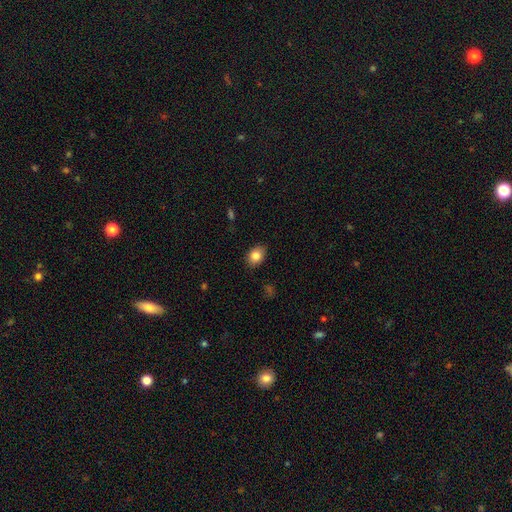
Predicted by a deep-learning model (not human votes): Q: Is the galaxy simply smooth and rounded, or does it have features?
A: smooth — 84%.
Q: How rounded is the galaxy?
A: in between — 66%.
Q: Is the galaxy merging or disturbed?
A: none — 86%.